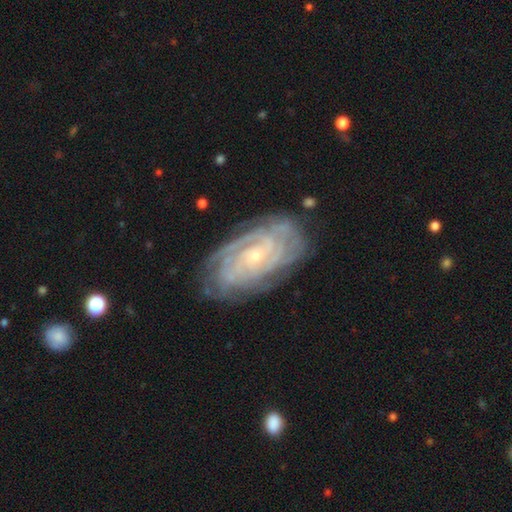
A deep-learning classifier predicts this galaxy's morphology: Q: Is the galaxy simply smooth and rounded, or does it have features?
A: featured or disk — 86%.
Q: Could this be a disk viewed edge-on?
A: no — 95%.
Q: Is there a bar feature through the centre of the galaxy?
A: no — 65%.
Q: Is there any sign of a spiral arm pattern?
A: yes — 96%.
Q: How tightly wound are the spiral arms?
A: tight — 80%.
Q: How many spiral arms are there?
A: can't tell — 36%.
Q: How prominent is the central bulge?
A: small — 77%.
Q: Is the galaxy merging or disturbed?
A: none — 78%.